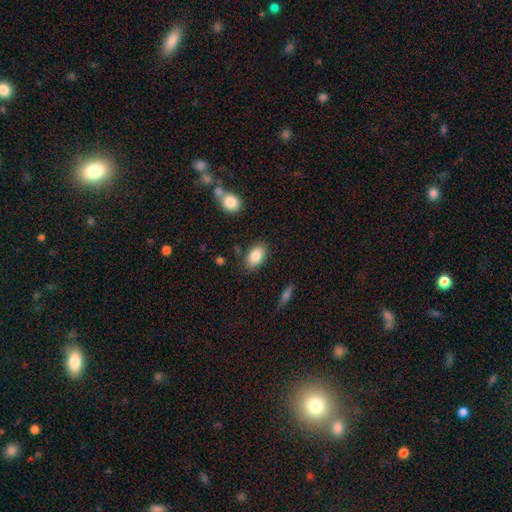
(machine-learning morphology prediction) Smooth or featured? smooth (85%)
How rounded? in between (91%)
Merging? none (83%)